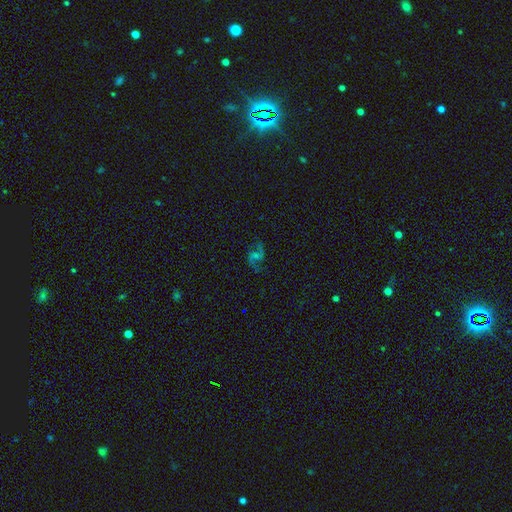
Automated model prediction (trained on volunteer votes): A featured or disk galaxy (72%) with a weak bar (44%), 2 (91%) loose (58%) spiral arms (94%) and a small central bulge (42%). Merging: none (75%).